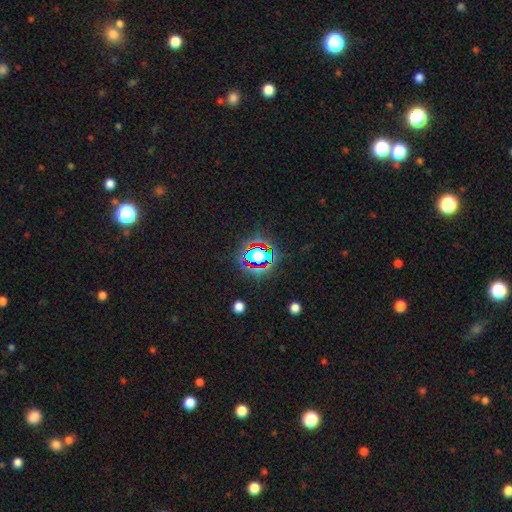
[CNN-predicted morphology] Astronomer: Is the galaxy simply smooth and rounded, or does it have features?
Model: star or artifact — 61%.